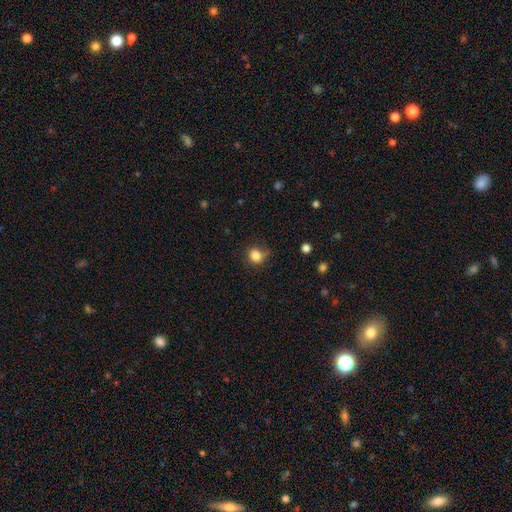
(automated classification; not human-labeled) Q: Smooth or featured?
A: smooth (83%); runner-up: star or artifact (11%)
Q: How rounded?
A: round (75%); runner-up: in between (24%)
Q: Merging?
A: none (69%); runner-up: minor disturbance (22%)